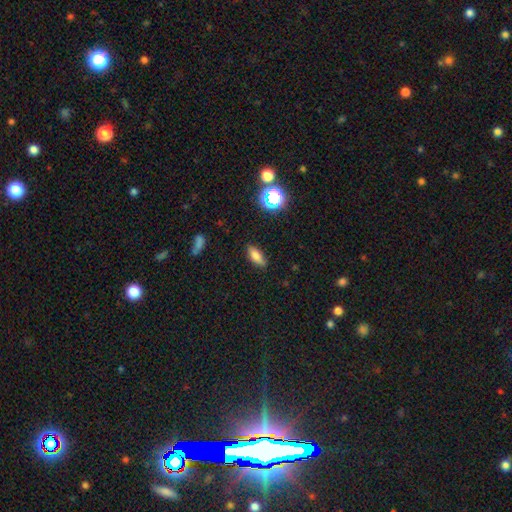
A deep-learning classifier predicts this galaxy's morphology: smooth-or-featured: smooth: 76% | featured or disk: 12% | star or artifact: 12%
  how-rounded: in between: 74% | cigar-shaped: 22% | round: 4%
  merging: none: 83% | minor disturbance: 12% | major disturbance: 3% | merger: 2%